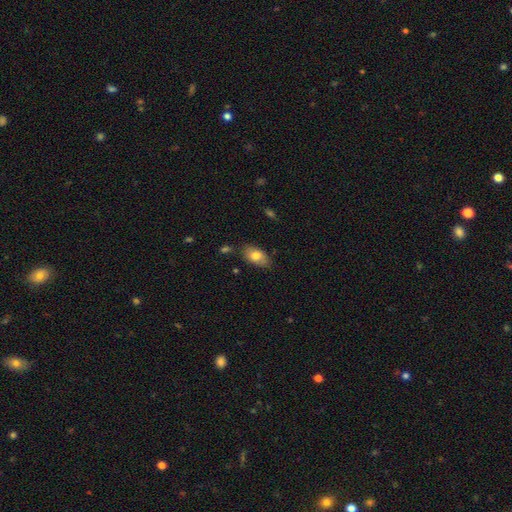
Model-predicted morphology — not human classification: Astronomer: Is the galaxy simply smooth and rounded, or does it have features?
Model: smooth — 78%.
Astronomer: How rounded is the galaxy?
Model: in between — 91%.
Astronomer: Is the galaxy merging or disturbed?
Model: none — 78%.